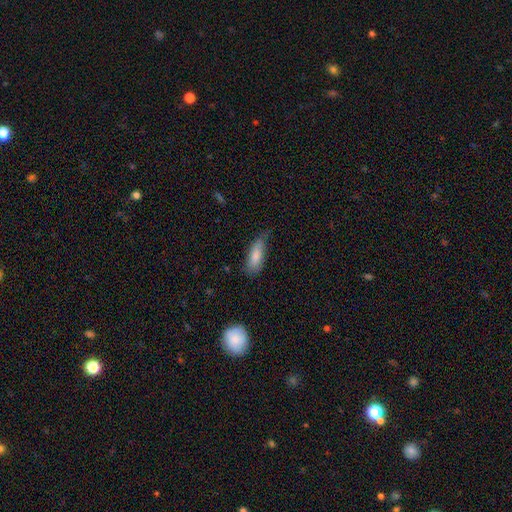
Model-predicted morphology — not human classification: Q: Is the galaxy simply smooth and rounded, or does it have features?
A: smooth — 80%.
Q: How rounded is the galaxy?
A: in between — 72%.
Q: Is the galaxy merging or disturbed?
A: none — 51%.